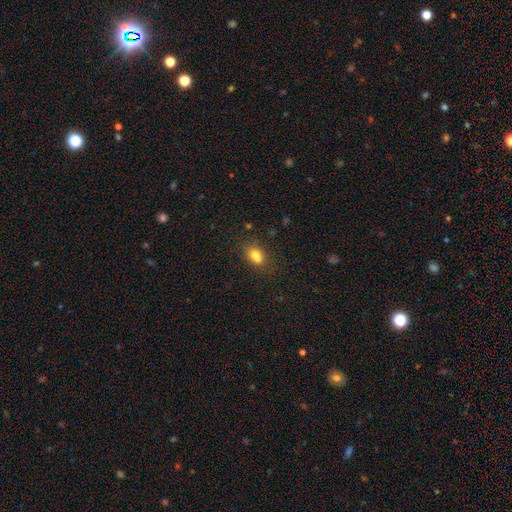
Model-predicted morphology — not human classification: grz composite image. It shows a smooth galaxy with no disk features (78%) that is in between round and cigar-shaped (78%). Merging: none (58%).